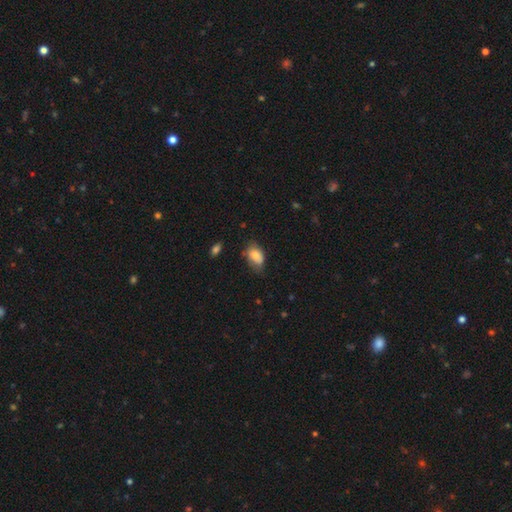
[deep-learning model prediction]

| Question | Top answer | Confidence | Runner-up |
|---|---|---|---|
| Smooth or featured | smooth | 78% | featured or disk (14%) |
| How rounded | in between | 88% | round (11%) |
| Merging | none | 56% | minor disturbance (33%) |